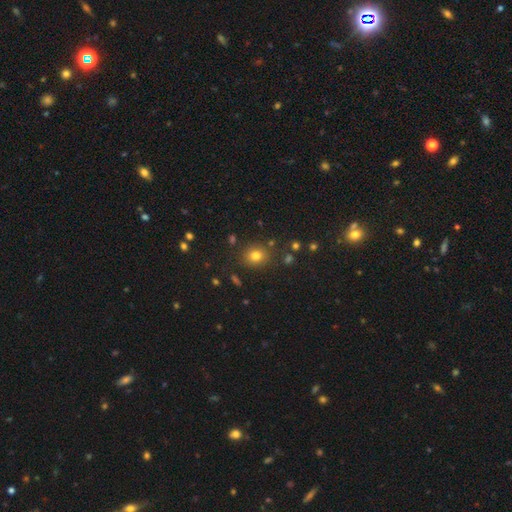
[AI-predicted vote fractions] The model was most divided on "how rounded": round: 74%, in between: 25%, cigar-shaped: 1%. More confident: merging — none (84%); smooth or featured — smooth (77%).